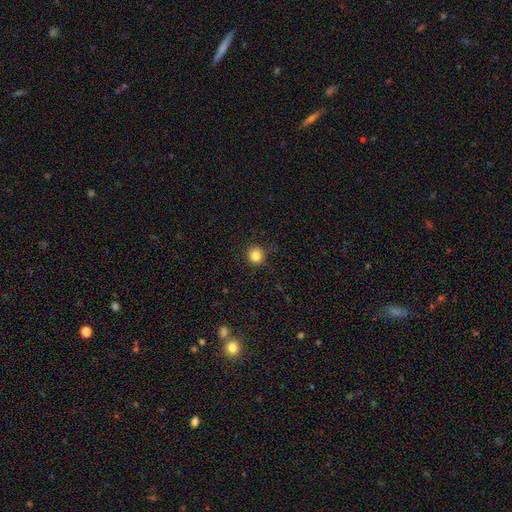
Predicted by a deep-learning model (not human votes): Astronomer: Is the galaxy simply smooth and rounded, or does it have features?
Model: smooth — 84%.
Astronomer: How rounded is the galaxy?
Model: round — 94%.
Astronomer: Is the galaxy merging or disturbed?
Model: none — 89%.